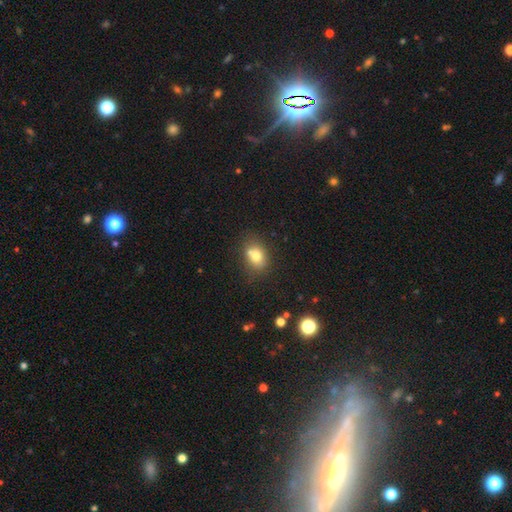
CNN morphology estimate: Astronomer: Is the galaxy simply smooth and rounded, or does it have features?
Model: smooth — 73%.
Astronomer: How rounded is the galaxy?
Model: in between — 58% (runner-up: round, 40%).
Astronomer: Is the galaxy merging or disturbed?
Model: none — 54%.